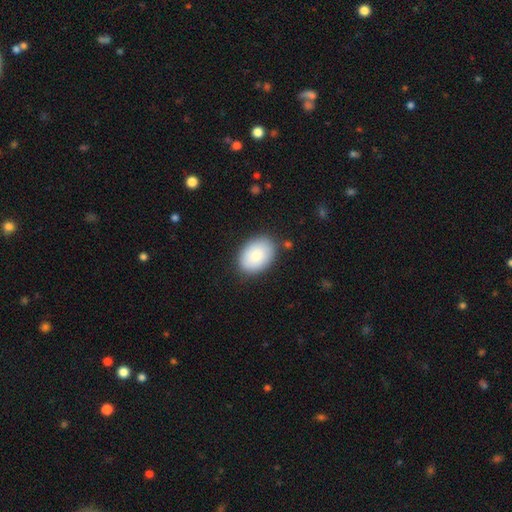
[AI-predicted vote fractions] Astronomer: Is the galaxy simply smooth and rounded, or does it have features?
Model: smooth — 83%.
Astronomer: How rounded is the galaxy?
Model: in between — 81%.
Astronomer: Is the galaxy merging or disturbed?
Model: none — 84%.